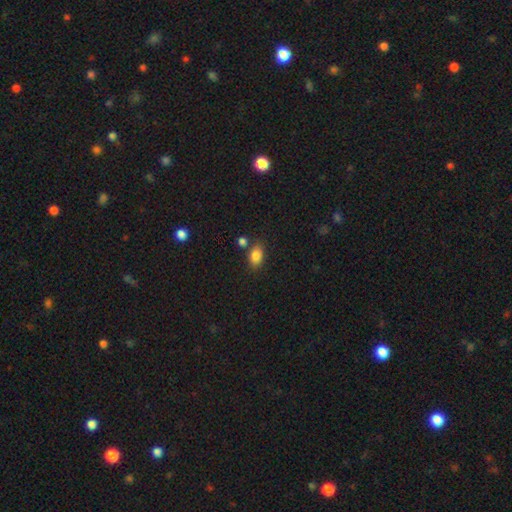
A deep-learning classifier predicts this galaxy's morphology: A smooth galaxy with no disk features (85%) that is in between round and cigar-shaped (82%). Merging: none (71%).